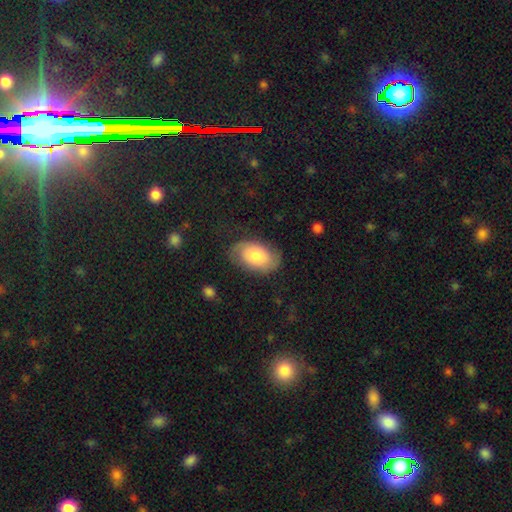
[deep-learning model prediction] The model was most divided on "smooth or featured": smooth: 63%, featured or disk: 30%, star or artifact: 7%. More confident: how rounded — in between (91%); merging — none (71%).